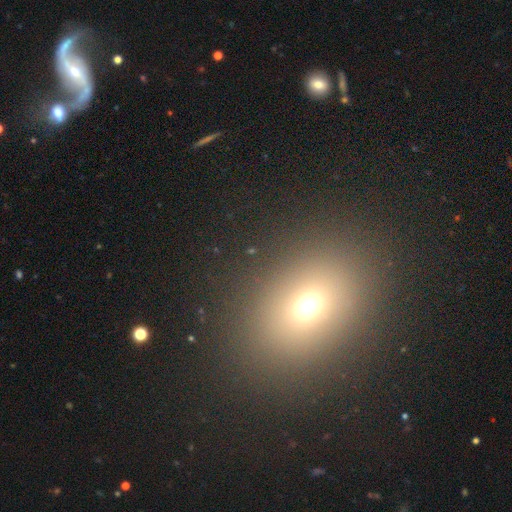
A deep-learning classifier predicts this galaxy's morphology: This appears to be a smooth galaxy with no disk features (62%) that is in between round and cigar-shaped (54%). Merging: none (88%).